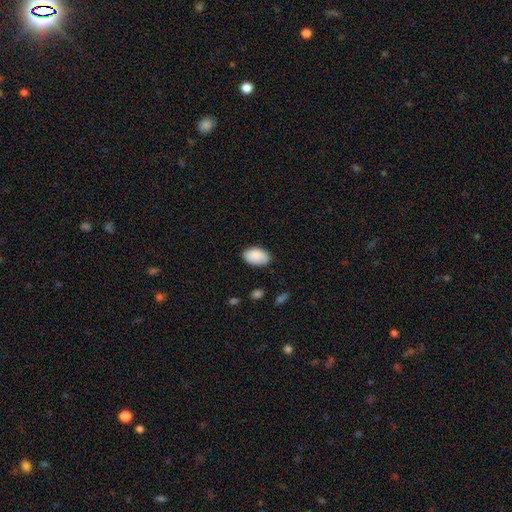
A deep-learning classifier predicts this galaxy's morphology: The model was most divided on "merging": none: 82%, minor disturbance: 14%, major disturbance: 3%, merger: 1%. More confident: how rounded — in between (93%); smooth or featured — smooth (89%).